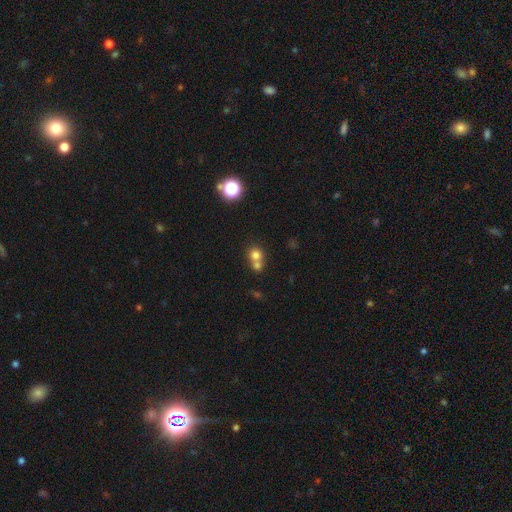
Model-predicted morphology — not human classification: A smooth galaxy with no disk features (74%) that is round (84%).

Vote fractions:
- Smooth or featured? smooth: 74% / star or artifact: 14% / featured or disk: 12%
- How rounded? round: 84% / in between: 15% / cigar-shaped: 1%
- Merging? merger: 55% / none: 37% / minor disturbance: 5% / major disturbance: 3%